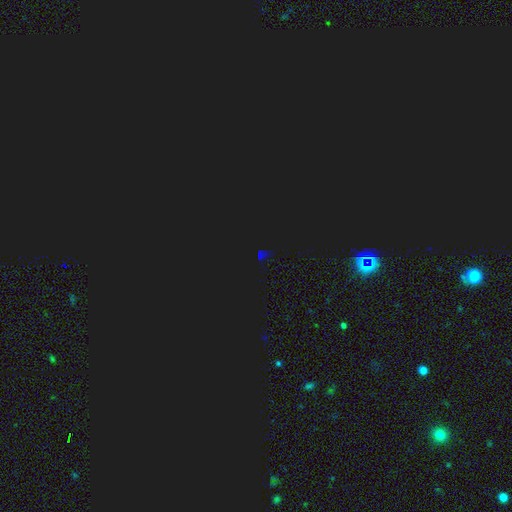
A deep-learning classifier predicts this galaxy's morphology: A star or artifact, not a galaxy (78%).

Vote fractions:
- Smooth or featured? star or artifact: 78% / smooth: 15% / featured or disk: 7%